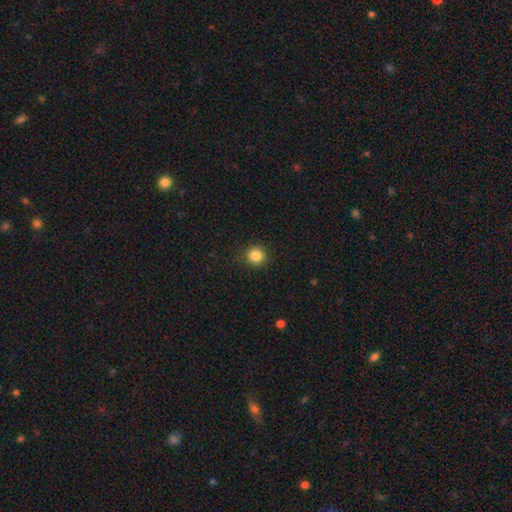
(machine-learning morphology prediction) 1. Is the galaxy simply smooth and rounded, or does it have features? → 85% smooth, 12% star or artifact, 4% featured or disk.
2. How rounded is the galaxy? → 93% round, 6% in between, 1% cigar-shaped.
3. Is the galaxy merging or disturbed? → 89% none, 8% minor disturbance, 2% major disturbance, 1% merger.